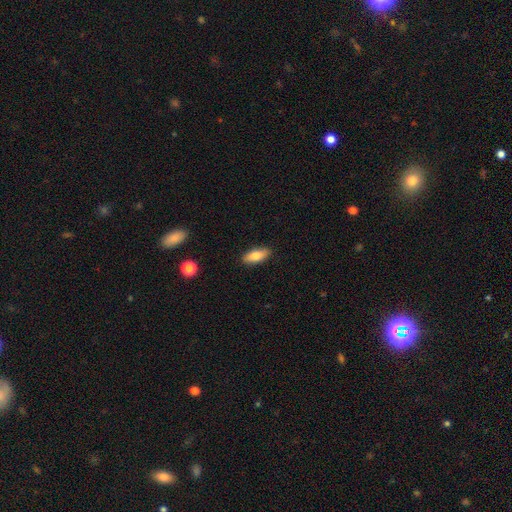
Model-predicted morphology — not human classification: The model was most divided on "how rounded": in between: 78%, cigar-shaped: 19%, round: 3%. More confident: merging — none (88%); smooth or featured — smooth (78%).